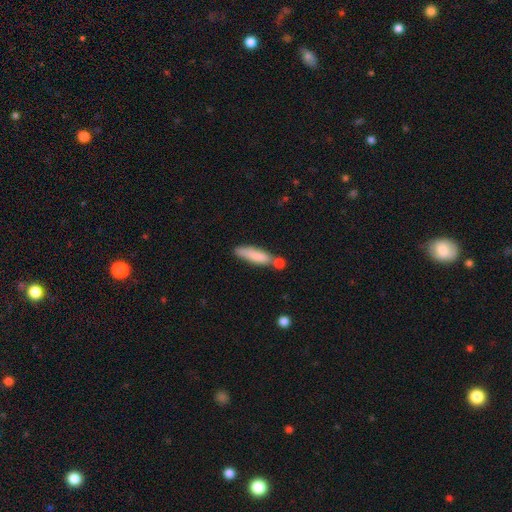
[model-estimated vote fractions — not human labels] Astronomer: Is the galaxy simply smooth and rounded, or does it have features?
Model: smooth — 80%.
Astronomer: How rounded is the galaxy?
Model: cigar-shaped — 73%.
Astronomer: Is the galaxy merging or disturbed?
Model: none — 52%.